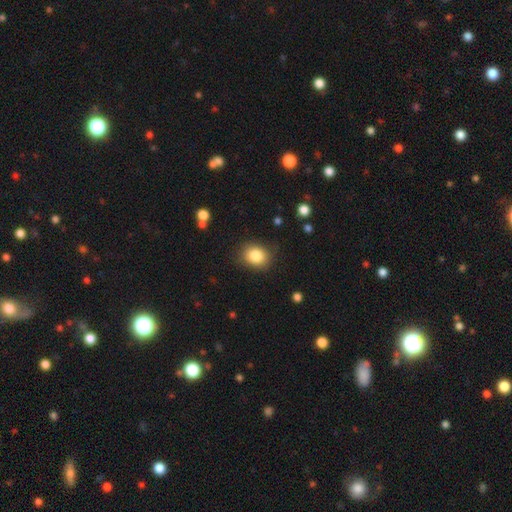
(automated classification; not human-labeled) This appears to be a smooth galaxy with no disk features (84%) that is round (59%). Merging: none (85%).